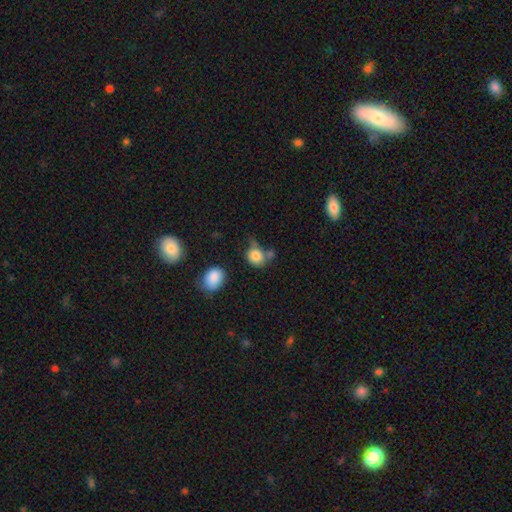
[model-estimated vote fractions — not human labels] A smooth galaxy with no disk features (81%) that is round (67%).

Vote fractions:
- Smooth or featured? smooth: 81% / star or artifact: 10% / featured or disk: 9%
- How rounded? round: 67% / in between: 32% / cigar-shaped: 1%
- Merging? none: 47% / minor disturbance: 24% / merger: 19% / major disturbance: 11%